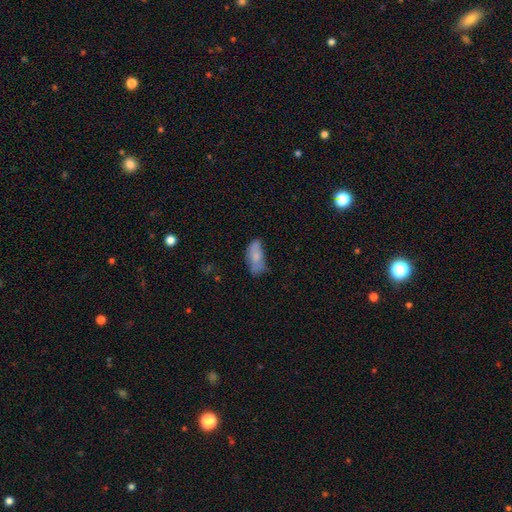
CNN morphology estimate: This is likely a smooth galaxy (71%). How rounded: clearly in between (87%). Merging: marginally none (44%).